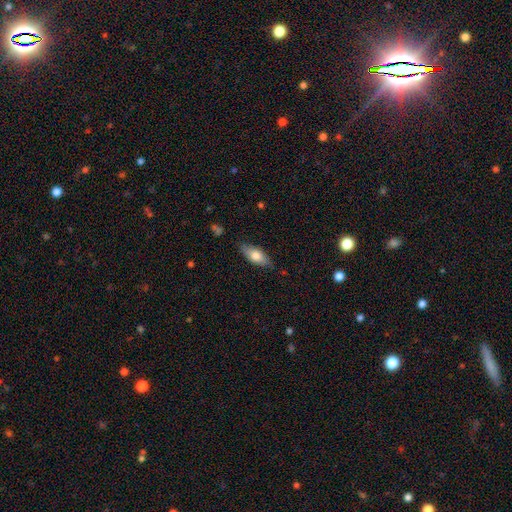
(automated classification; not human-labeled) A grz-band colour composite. It shows a smooth galaxy with no disk features (71%) that is in between round and cigar-shaped (79%). Merging: none (80%).